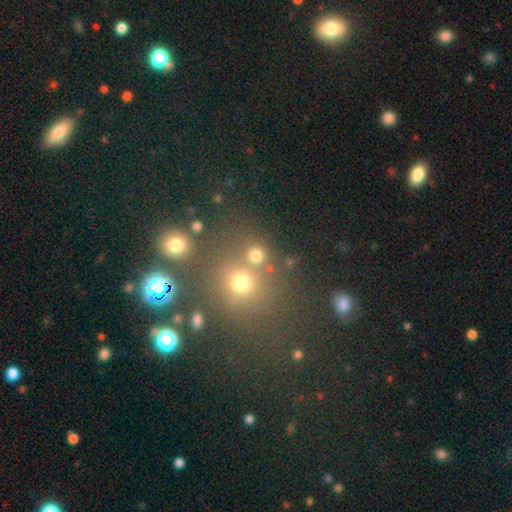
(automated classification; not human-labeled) smooth-or-featured: smooth: 72% | star or artifact: 20% | featured or disk: 7%
  how-rounded: round: 88% | in between: 11% | cigar-shaped: 1%
  merging: none: 64% | merger: 24% | minor disturbance: 7% | major disturbance: 5%